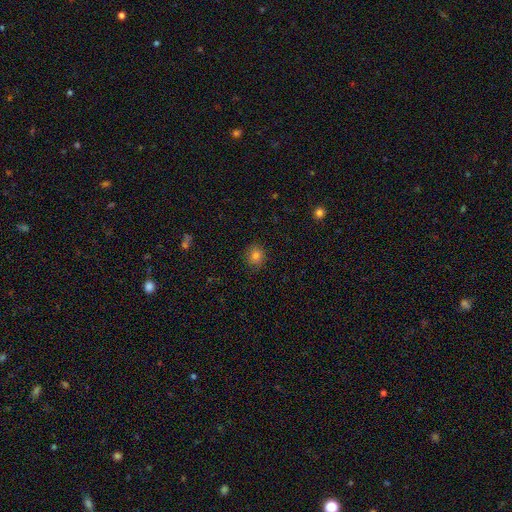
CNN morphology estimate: Smooth or featured? Predicted: smooth (p=0.80). How rounded? Predicted: round (p=0.85). Merging? Predicted: none (p=0.88).